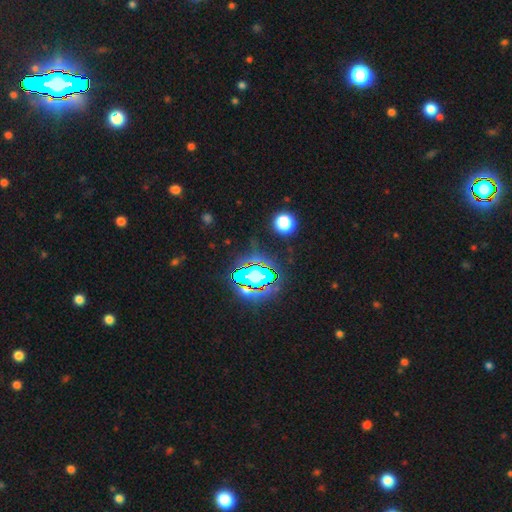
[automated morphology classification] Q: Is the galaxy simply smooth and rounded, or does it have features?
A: star or artifact — 81%.